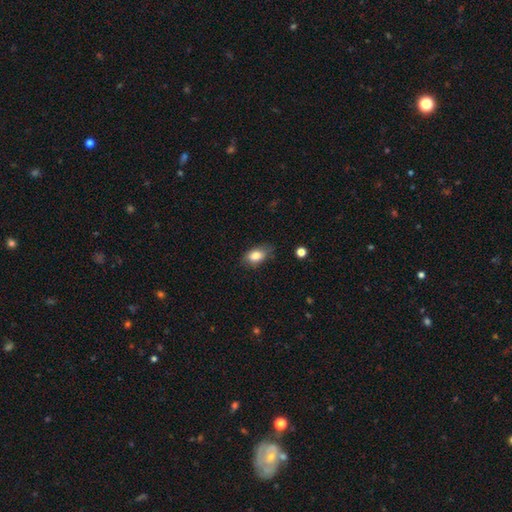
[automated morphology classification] smooth-or-featured: smooth: 82% | featured or disk: 10% | star or artifact: 8%
  how-rounded: in between: 87% | round: 11% | cigar-shaped: 3%
  merging: none: 72% | minor disturbance: 22% | major disturbance: 5% | merger: 1%